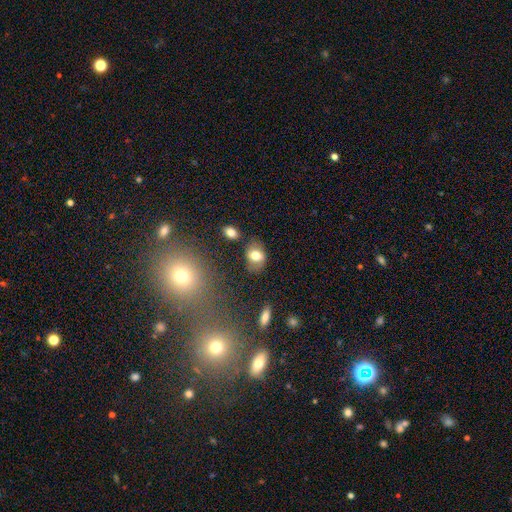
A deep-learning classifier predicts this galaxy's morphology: Smooth or featured? Predicted: smooth (p=0.71). How rounded? Predicted: in between (p=0.71). Merging? Predicted: none (p=0.73).